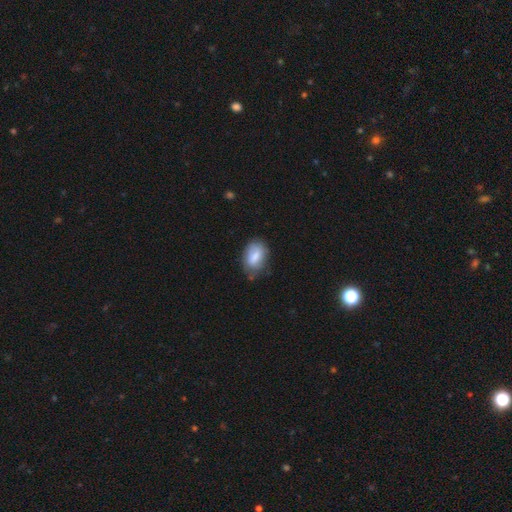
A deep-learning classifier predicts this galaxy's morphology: Smooth or featured?
  - smooth: 76% *
  - featured or disk: 17%
  - star or artifact: 7%
How rounded?
  - in between: 89% *
  - round: 9%
  - cigar-shaped: 2%
Merging?
  - none: 64% *
  - minor disturbance: 28%
  - major disturbance: 6%
  - merger: 2%